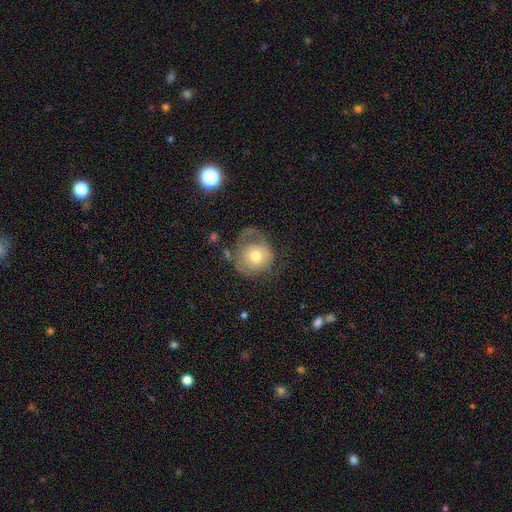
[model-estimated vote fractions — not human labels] This is possibly a smooth galaxy (58%). How rounded: clearly round (84%). Merging: marginally none (39%).